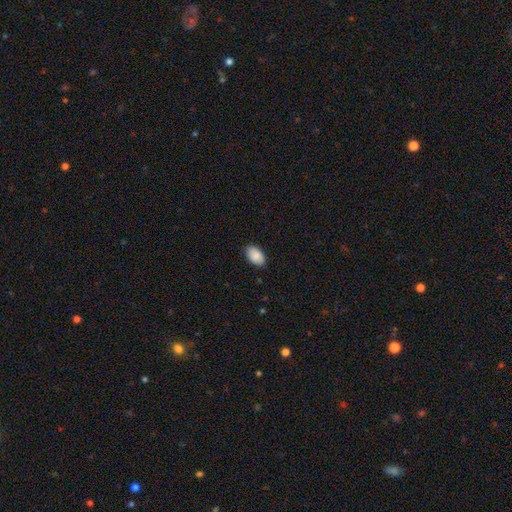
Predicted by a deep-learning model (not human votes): Morphology: type=smooth (89%); roundness=in between (93%); merging=none (87%).